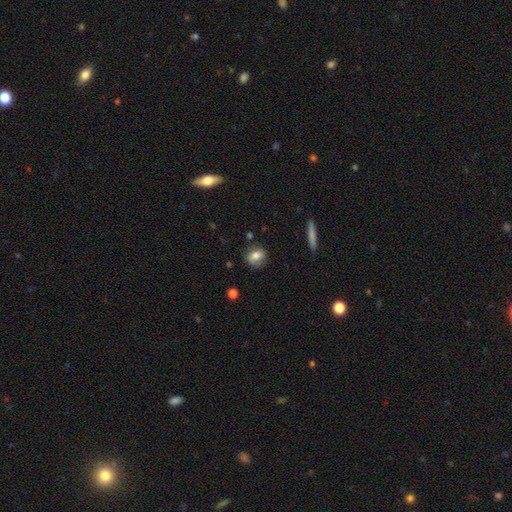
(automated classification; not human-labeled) Smooth or featured? smooth (73%)
How rounded? round (56%)
Merging? none (77%)